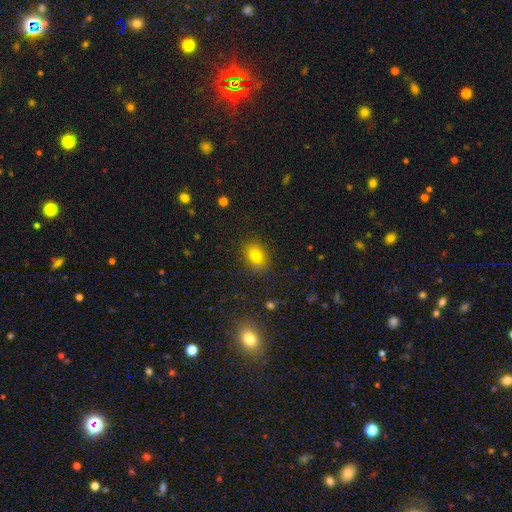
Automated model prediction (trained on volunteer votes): A smooth galaxy with no disk features (77%) that is in between round and cigar-shaped (59%).

Vote fractions:
- Smooth or featured? smooth: 77% / star or artifact: 15% / featured or disk: 9%
- How rounded? in between: 59% / round: 39% / cigar-shaped: 1%
- Merging? none: 83% / minor disturbance: 11% / major disturbance: 3% / merger: 2%